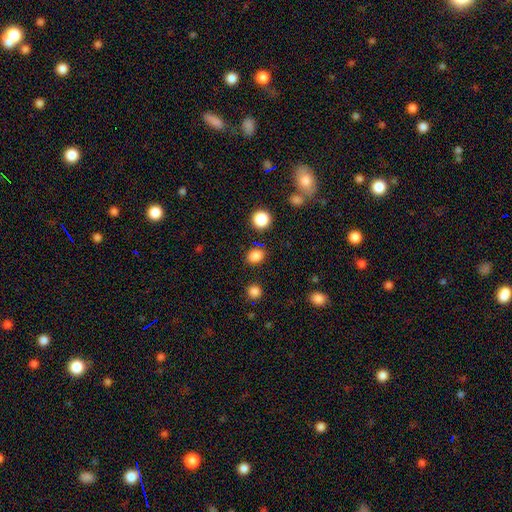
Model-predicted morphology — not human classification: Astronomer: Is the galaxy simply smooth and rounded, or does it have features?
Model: smooth — 84%.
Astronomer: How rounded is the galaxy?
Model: round — 51% (runner-up: in between, 48%).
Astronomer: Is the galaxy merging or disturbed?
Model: none — 86%.